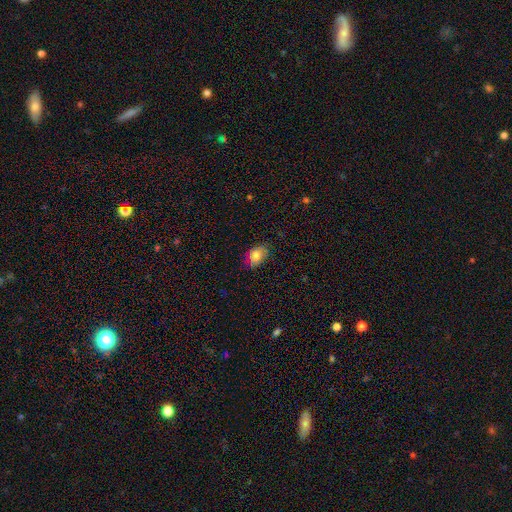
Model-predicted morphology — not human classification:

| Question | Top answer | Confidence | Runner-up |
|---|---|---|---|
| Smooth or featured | smooth | 79% | featured or disk (13%) |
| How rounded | in between | 81% | round (17%) |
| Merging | none | 79% | minor disturbance (17%) |